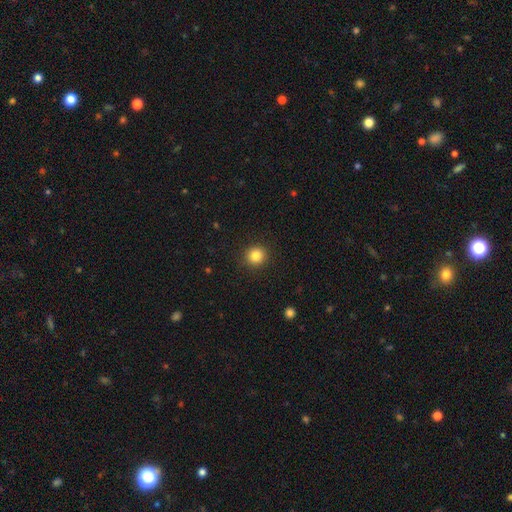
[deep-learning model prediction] Smooth or featured? smooth (84%)
How rounded? round (91%)
Merging? none (92%)